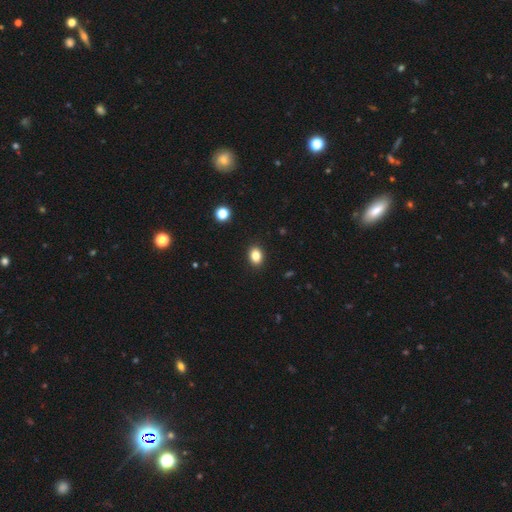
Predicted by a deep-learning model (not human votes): Smooth or featured? smooth (84%)
How rounded? in between (59%)
Merging? none (91%)